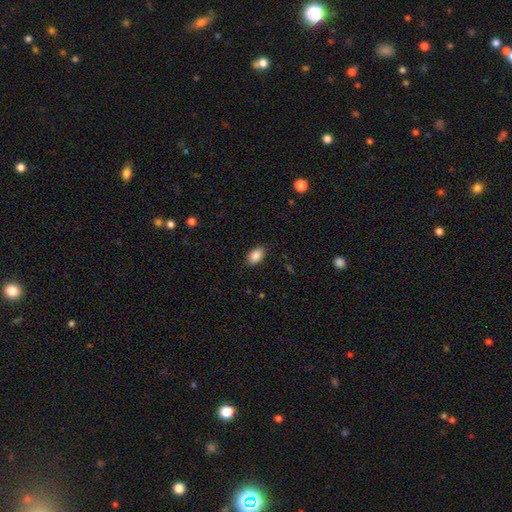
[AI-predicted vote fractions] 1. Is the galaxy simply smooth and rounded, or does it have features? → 88% smooth, 8% star or artifact, 4% featured or disk.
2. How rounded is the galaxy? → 90% in between, 9% round, 1% cigar-shaped.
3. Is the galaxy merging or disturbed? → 87% none, 9% minor disturbance, 2% major disturbance, 1% merger.